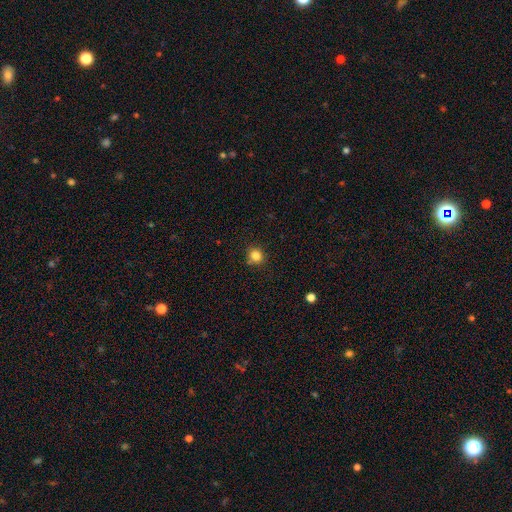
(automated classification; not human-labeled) Morphology: type=smooth (83%); roundness=round (89%); merging=none (86%).